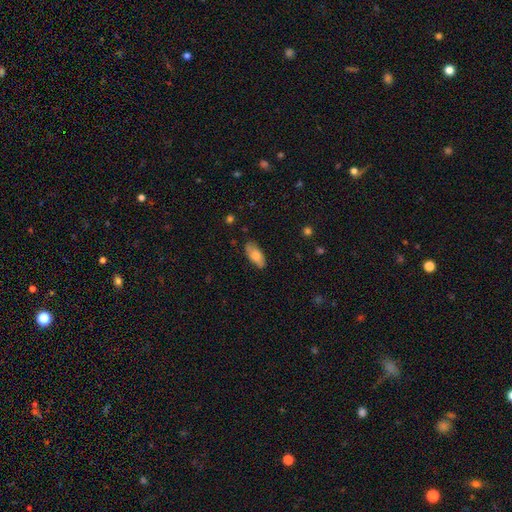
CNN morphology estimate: type=smooth (74%); roundness=in between (84%); merging=none (81%).